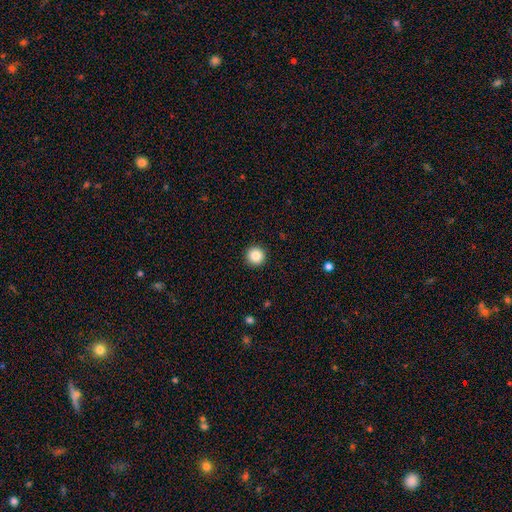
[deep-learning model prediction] Morphology: type=smooth (86%); roundness=round (96%); merging=none (93%).